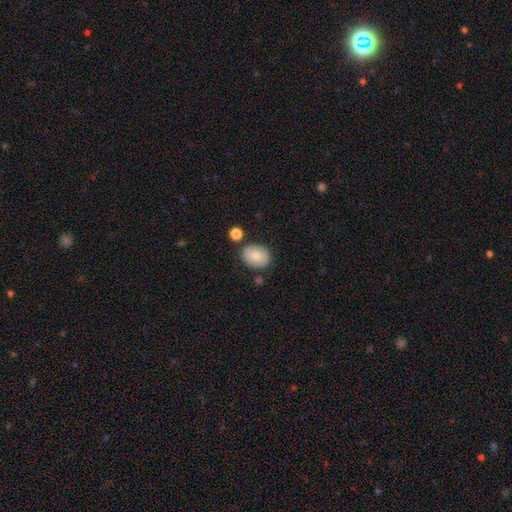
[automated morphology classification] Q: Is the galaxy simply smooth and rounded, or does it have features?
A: smooth — 76%.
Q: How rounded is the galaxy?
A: in between — 53%.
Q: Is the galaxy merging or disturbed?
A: none — 78%.